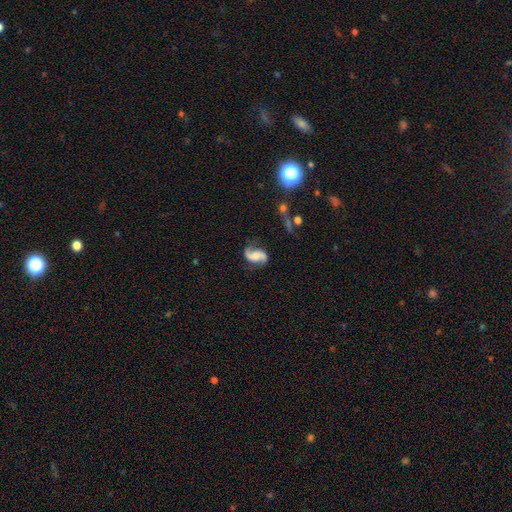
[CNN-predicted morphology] A featured or disk galaxy (81%) with no bar (54%), 2 (93%) loose (60%) spiral arms (96%) and no central bulge (31%).

Vote fractions:
- Smooth or featured? featured or disk: 81% / smooth: 12% / star or artifact: 7%
- Edge-on disk? no: 97% / yes: 3%
- Bar? no: 54% / weak: 33% / strong: 13%
- Spiral arms? yes: 96% / no: 4%
- Spiral winding? loose: 60% / medium: 31% / tight: 9%
- Spiral arm count? 2: 93% / can't tell: 2% / 1: 2% / 3: 1% / 4: 1% / more than 4: 1%
- Bulge size? none: 31% / moderate: 27% / small: 27% / large: 12% / dominant: 3%
- Merging? none: 73% / minor disturbance: 17% / major disturbance: 8% / merger: 3%